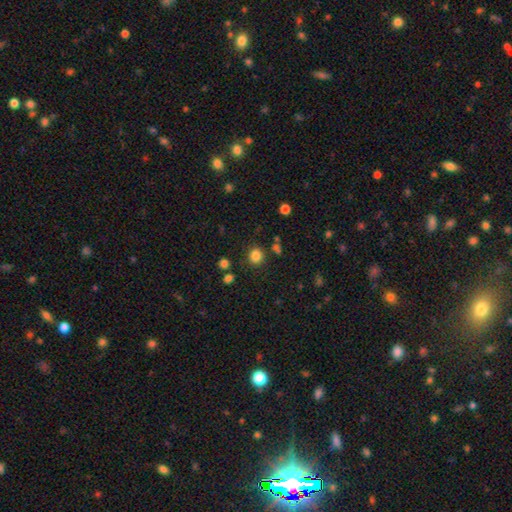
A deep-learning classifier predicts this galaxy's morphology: Smooth or featured?
  - smooth: 83% *
  - star or artifact: 13%
  - featured or disk: 4%
How rounded?
  - round: 86% *
  - in between: 13%
  - cigar-shaped: 1%
Merging?
  - none: 85% *
  - minor disturbance: 8%
  - merger: 4%
  - major disturbance: 3%